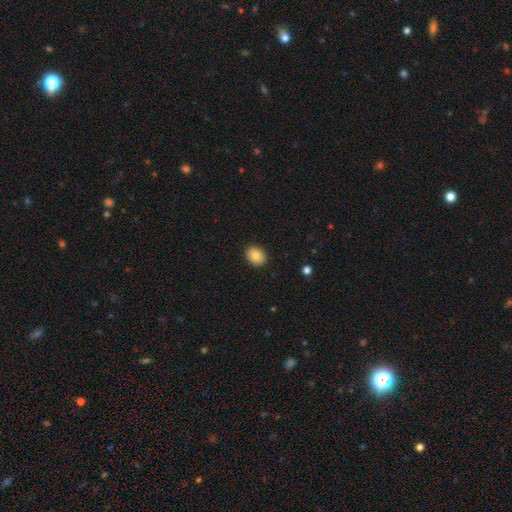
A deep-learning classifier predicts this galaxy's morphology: Smooth or featured: smooth — 84% (star or artifact — 8%)
How rounded: in between — 58% (round — 41%)
Merging: none — 90% (minor disturbance — 7%)